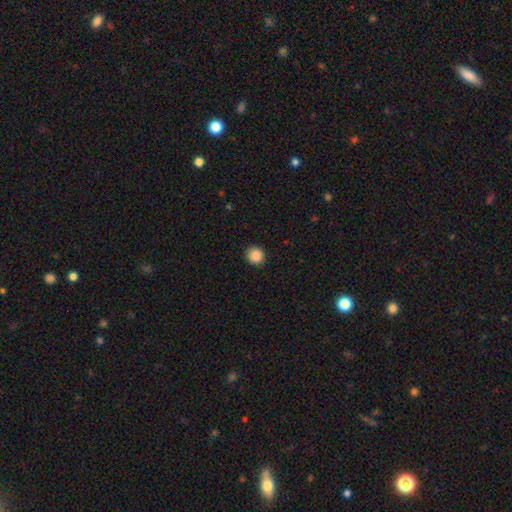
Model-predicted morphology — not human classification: Smooth or featured? Predicted: smooth (p=0.88). How rounded? Predicted: round (p=0.92). Merging? Predicted: none (p=0.89).